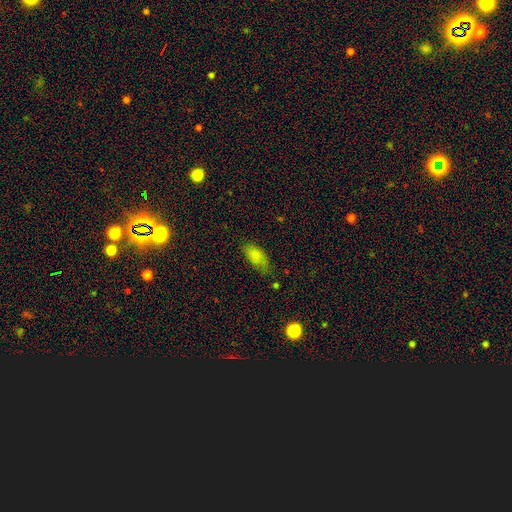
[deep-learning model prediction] smooth-or-featured: smooth: 83% | star or artifact: 10% | featured or disk: 7%
  how-rounded: in between: 87% | cigar-shaped: 10% | round: 3%
  merging: none: 62% | minor disturbance: 28% | major disturbance: 8% | merger: 2%